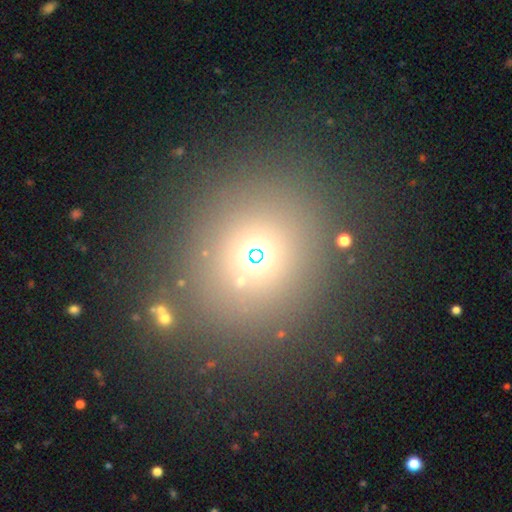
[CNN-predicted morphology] Smooth or featured? Predicted: smooth (p=0.58). How rounded? Predicted: round (p=0.75). Merging? Predicted: none (p=0.83).